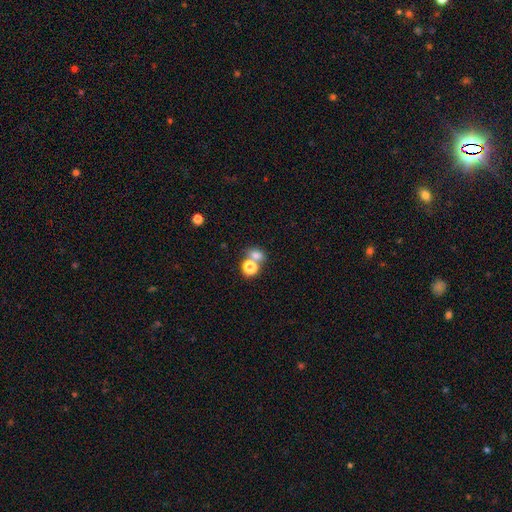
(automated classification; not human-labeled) This appears to be a smooth galaxy with no disk features (75%) that is round (51%). Merging: merger (45%).